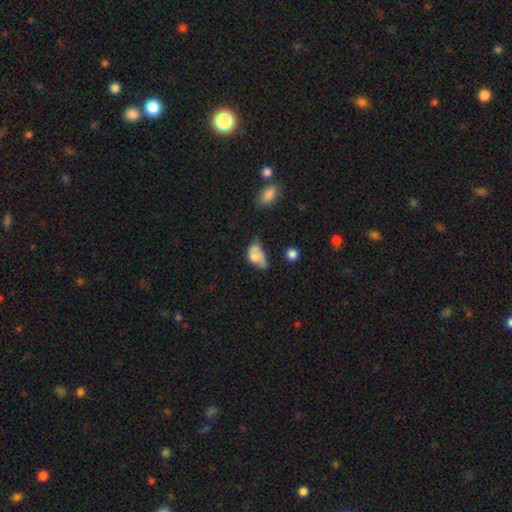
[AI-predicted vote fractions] This is likely a smooth galaxy (66%). How rounded: clearly in between (86%). Merging: marginally minor disturbance (37%).